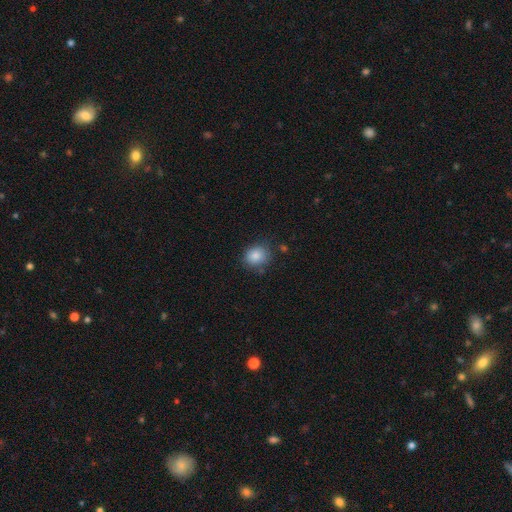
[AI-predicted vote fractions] smooth-or-featured: smooth: 85% | star or artifact: 9% | featured or disk: 6%
  how-rounded: round: 71% | in between: 28% | cigar-shaped: 1%
  merging: none: 76% | minor disturbance: 17% | major disturbance: 4% | merger: 3%